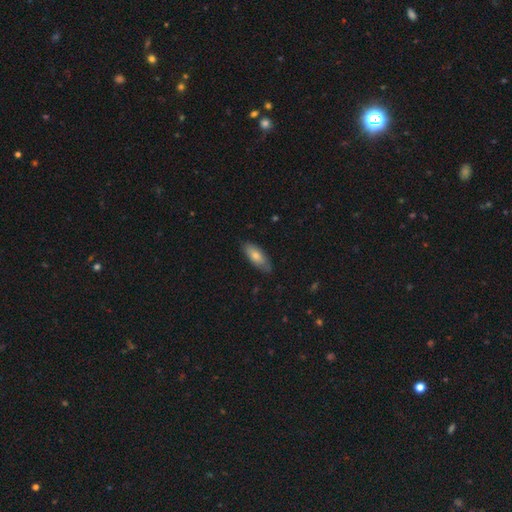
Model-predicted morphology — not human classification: Q: Smooth or featured?
A: smooth (75%); runner-up: featured or disk (20%)
Q: How rounded?
A: in between (76%); runner-up: cigar-shaped (22%)
Q: Merging?
A: none (78%); runner-up: minor disturbance (18%)